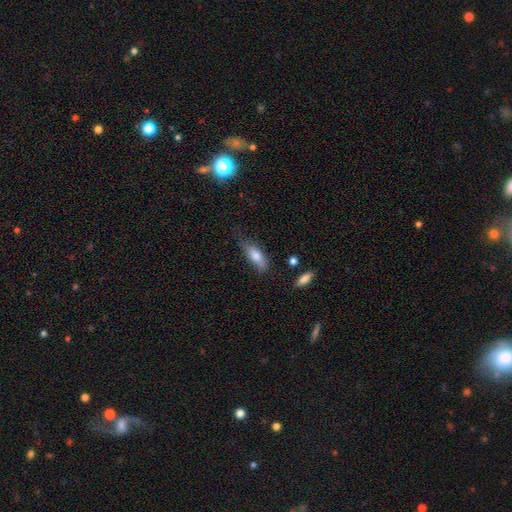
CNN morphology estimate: Smooth or featured? smooth (75%)
How rounded? in between (63%)
Merging? none (53%)